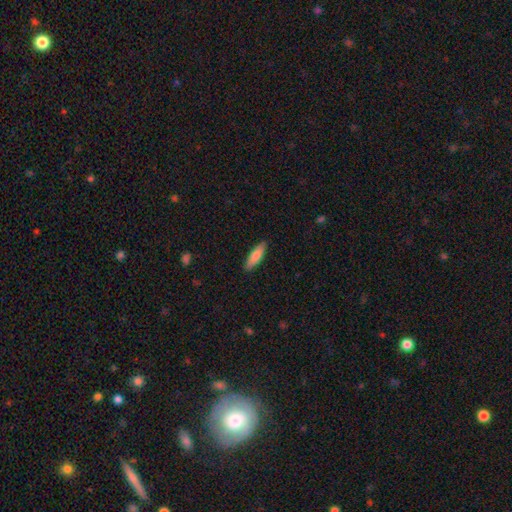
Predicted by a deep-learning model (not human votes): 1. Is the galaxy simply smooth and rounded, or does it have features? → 80% smooth, 14% featured or disk, 6% star or artifact.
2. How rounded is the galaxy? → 58% cigar-shaped, 41% in between, 2% round.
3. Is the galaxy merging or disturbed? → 88% none, 9% minor disturbance, 2% major disturbance, 1% merger.